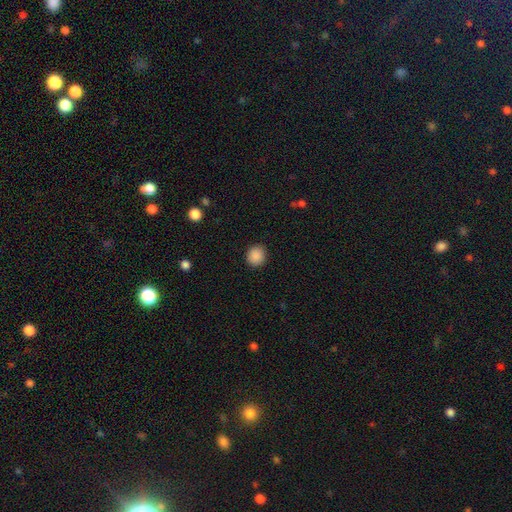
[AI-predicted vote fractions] smooth-or-featured: smooth: 89% | star or artifact: 9% | featured or disk: 2%
  how-rounded: round: 88% | in between: 11% | cigar-shaped: 1%
  merging: none: 91% | minor disturbance: 6% | major disturbance: 2% | merger: 1%